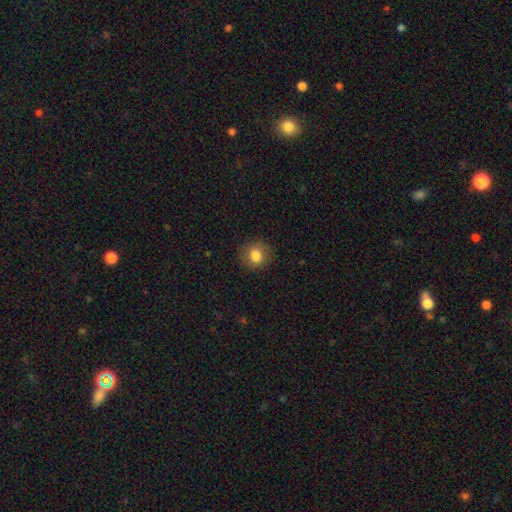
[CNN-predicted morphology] A smooth galaxy with no disk features (80%) that is round (83%).

Vote fractions:
- Smooth or featured? smooth: 80% / featured or disk: 10% / star or artifact: 10%
- How rounded? round: 83% / in between: 16% / cigar-shaped: 1%
- Merging? none: 86% / minor disturbance: 10% / major disturbance: 3% / merger: 1%